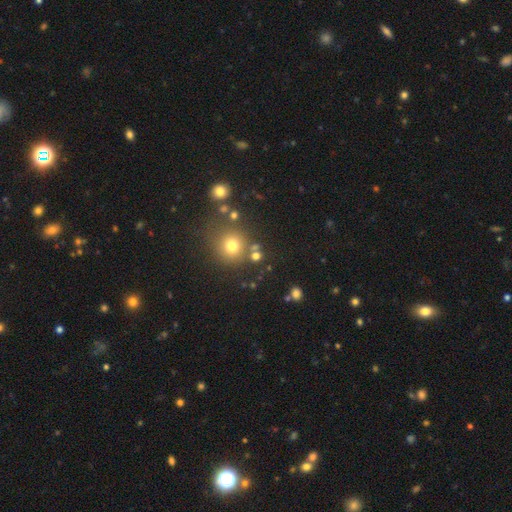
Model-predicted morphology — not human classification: This appears to be a smooth galaxy with no disk features (70%) that is round (89%). Merging: none (75%).